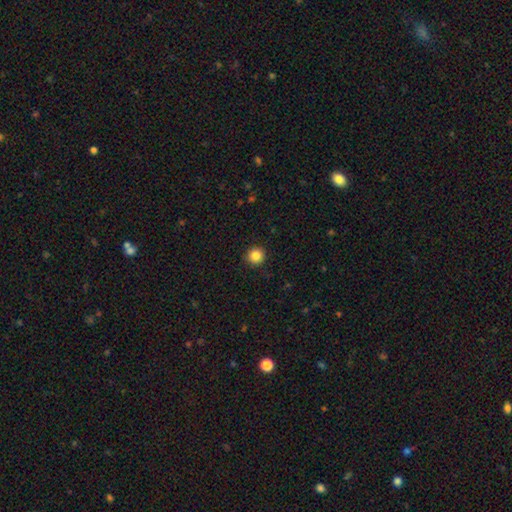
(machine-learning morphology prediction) smooth 86%, star or artifact 10%, featured or disk 4%. Down the decision tree: how rounded — round (95%); merging — none (92%).